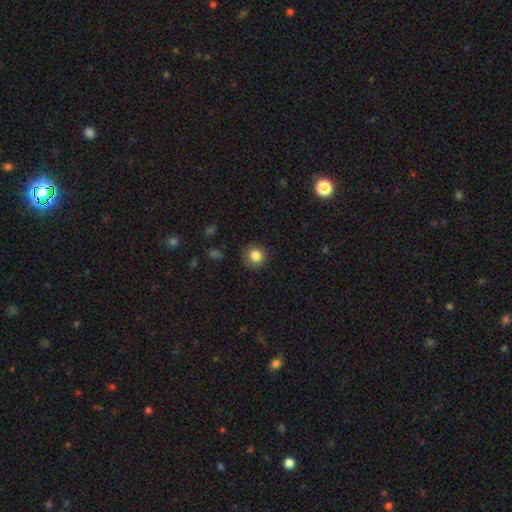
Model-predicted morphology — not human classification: smooth-or-featured: smooth: 83% | star or artifact: 10% | featured or disk: 6%
  how-rounded: round: 88% | in between: 11% | cigar-shaped: 1%
  merging: none: 86% | minor disturbance: 10% | major disturbance: 3% | merger: 1%